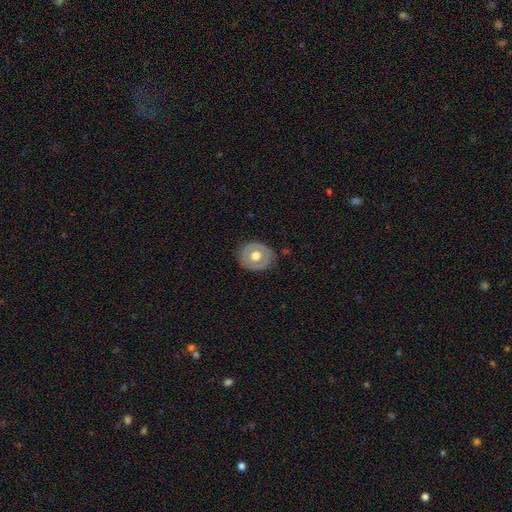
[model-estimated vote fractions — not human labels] Morphology: type=smooth (48%); merging=none (82%).